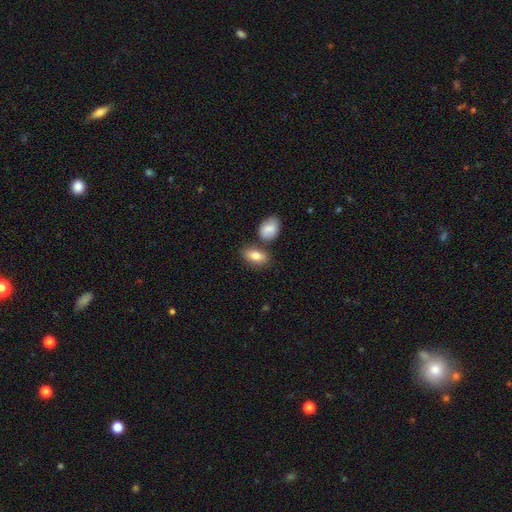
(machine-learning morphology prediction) Q: Smooth or featured?
A: smooth (82%); runner-up: featured or disk (11%)
Q: How rounded?
A: in between (88%); runner-up: round (9%)
Q: Merging?
A: none (69%); runner-up: merger (15%)